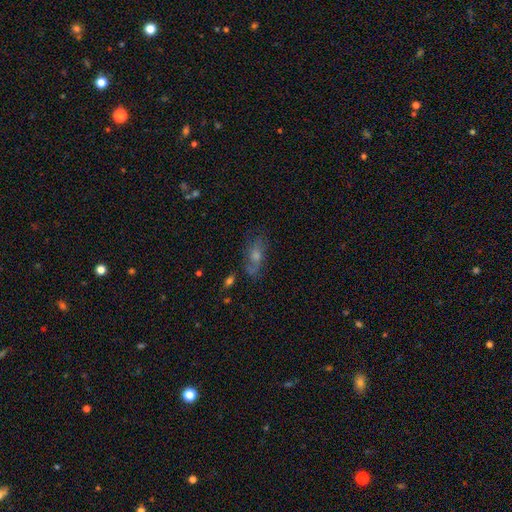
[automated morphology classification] Smooth or featured: featured or disk — 41% (smooth — 37%)
Merging: none — 65% (minor disturbance — 19%)